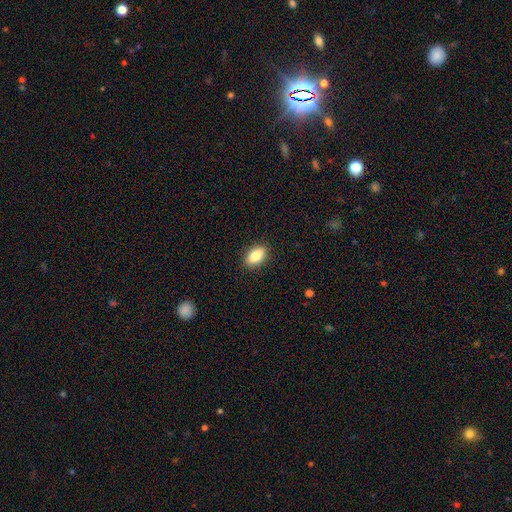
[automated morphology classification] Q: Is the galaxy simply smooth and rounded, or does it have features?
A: smooth — 86%.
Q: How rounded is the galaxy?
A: in between — 90%.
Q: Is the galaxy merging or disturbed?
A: none — 89%.